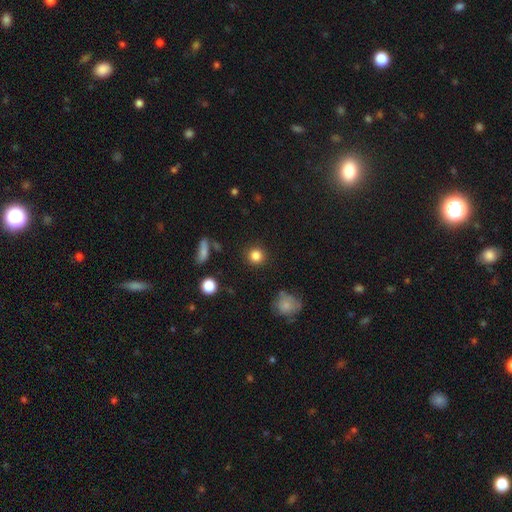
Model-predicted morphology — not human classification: type=smooth (83%); roundness=round (92%); merging=none (90%).